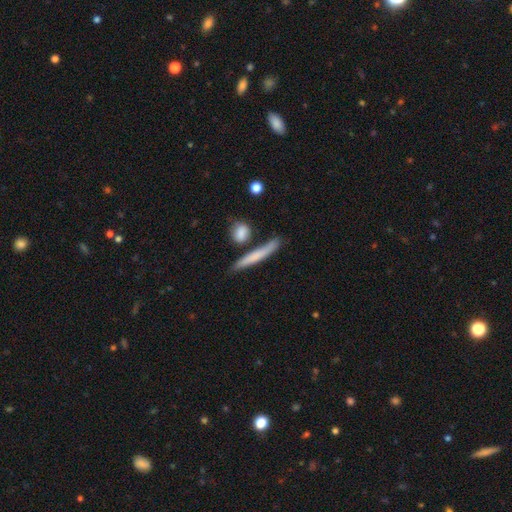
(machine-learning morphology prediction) smooth-or-featured: smooth: 65% | featured or disk: 28% | star or artifact: 6%
  how-rounded: cigar-shaped: 91% | in between: 6% | round: 3%
  merging: none: 72% | minor disturbance: 14% | merger: 10% | major disturbance: 4%